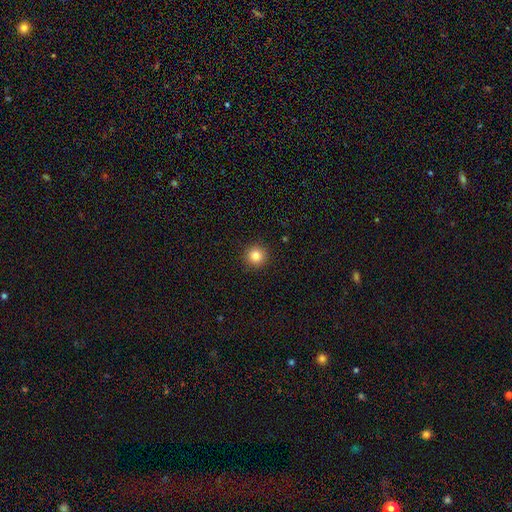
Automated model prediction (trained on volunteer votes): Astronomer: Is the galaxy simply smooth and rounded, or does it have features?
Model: smooth — 83%.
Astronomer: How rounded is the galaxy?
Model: round — 95%.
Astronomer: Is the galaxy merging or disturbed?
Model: none — 92%.